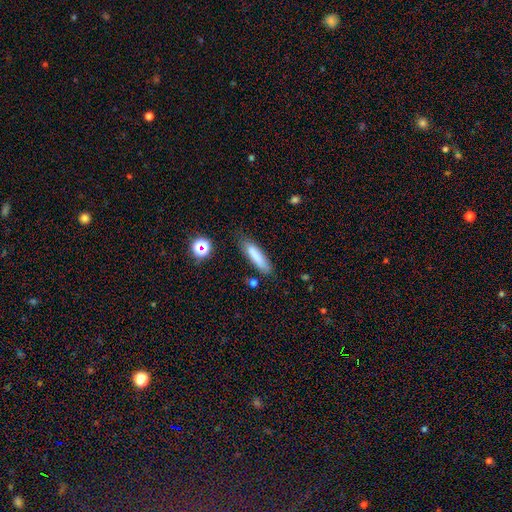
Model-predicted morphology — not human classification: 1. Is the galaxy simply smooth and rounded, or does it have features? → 79% smooth, 11% featured or disk, 9% star or artifact.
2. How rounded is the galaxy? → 73% cigar-shaped, 25% in between, 2% round.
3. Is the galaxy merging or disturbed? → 76% none, 17% minor disturbance, 4% major disturbance, 3% merger.